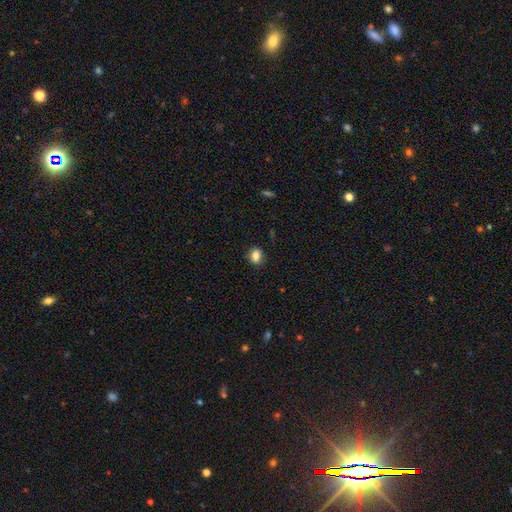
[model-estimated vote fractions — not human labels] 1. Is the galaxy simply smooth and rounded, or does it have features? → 83% smooth, 10% star or artifact, 7% featured or disk.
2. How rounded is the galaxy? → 51% in between, 48% round, 1% cigar-shaped.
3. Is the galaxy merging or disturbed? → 83% none, 13% minor disturbance, 3% major disturbance, 1% merger.